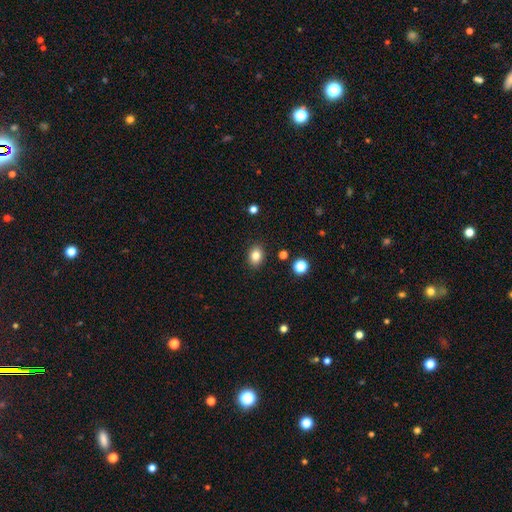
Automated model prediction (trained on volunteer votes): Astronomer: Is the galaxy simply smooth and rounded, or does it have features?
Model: smooth — 83%.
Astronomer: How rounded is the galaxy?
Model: in between — 61% (runner-up: round, 38%).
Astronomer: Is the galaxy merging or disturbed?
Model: none — 89%.